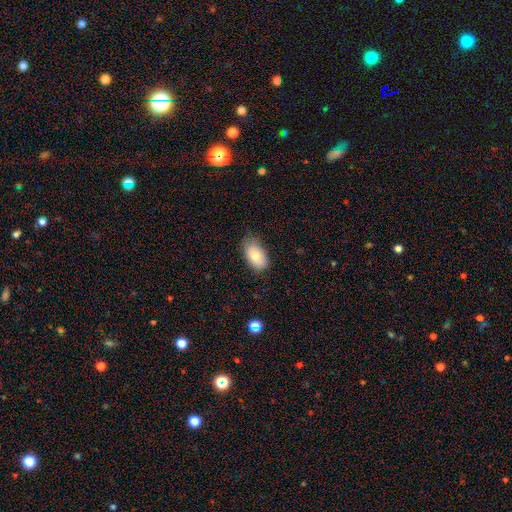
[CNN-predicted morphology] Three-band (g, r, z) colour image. It shows a smooth galaxy with no disk features (79%) that is in between round and cigar-shaped (93%). Merging: none (73%).